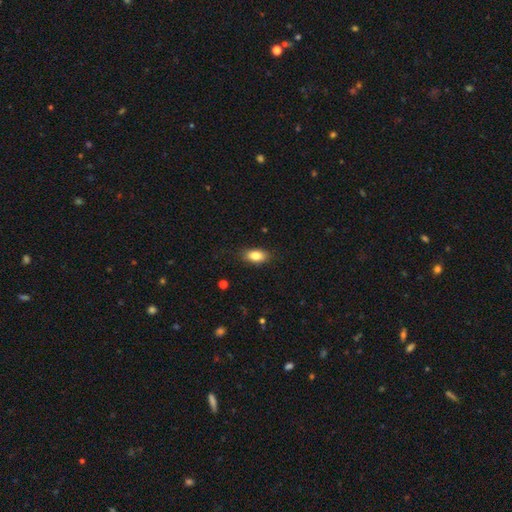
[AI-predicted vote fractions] smooth_or_featured: smooth (p=0.83) [alt: featured or disk p=0.09]
how_rounded: in between (p=0.88) [alt: round p=0.07]
merging: none (p=0.84) [alt: minor disturbance p=0.12]